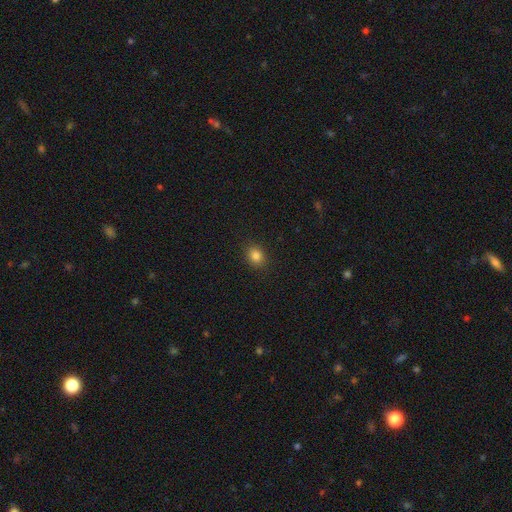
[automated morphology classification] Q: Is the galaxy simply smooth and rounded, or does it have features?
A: smooth — 84%.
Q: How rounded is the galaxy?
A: round — 60%.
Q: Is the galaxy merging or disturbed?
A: none — 90%.